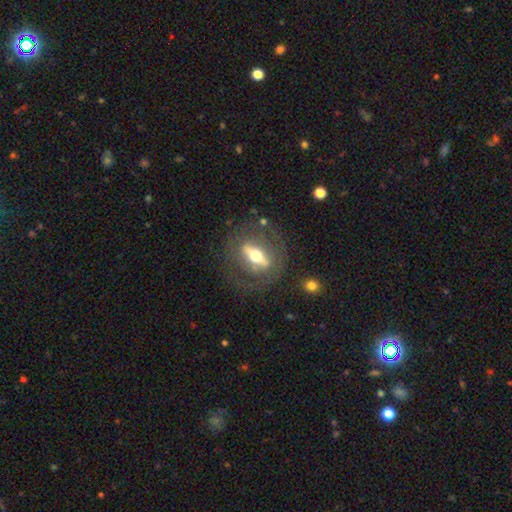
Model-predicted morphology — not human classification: Overall: featured or disk (76%). Edge-on disk: no (54%; yes 46%). Merging: none (75%).